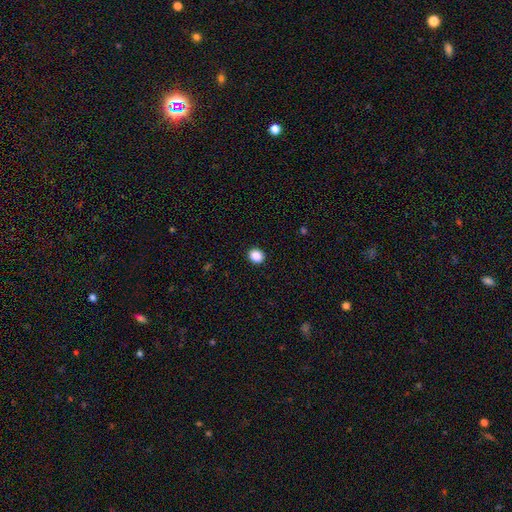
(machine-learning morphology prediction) Smooth or featured: smooth — 88% (star or artifact — 9%)
How rounded: round — 72% (in between — 27%)
Merging: none — 92% (minor disturbance — 5%)